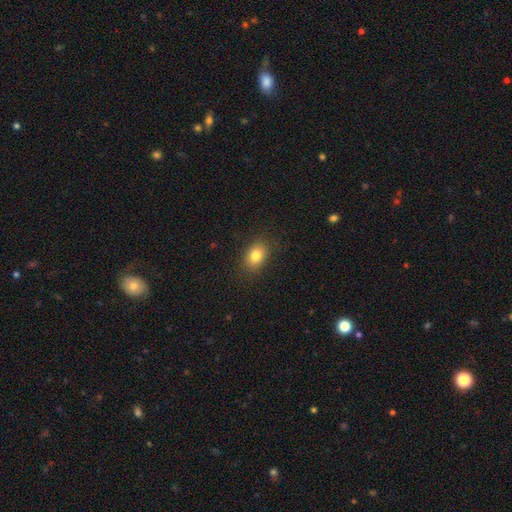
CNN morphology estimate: Smooth or featured? Predicted: smooth (p=0.82). How rounded? Predicted: in between (p=0.75). Merging? Predicted: none (p=0.86).